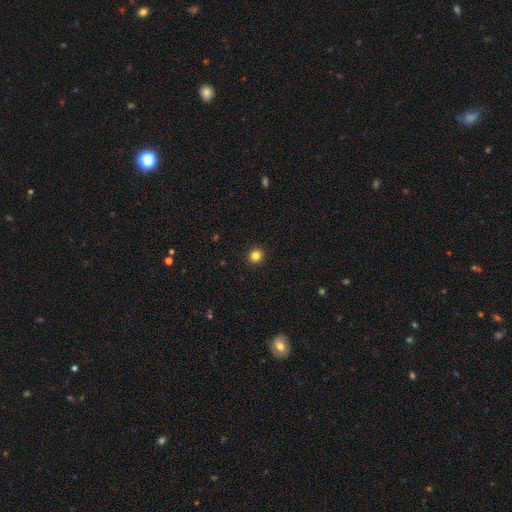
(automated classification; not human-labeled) A smooth galaxy with no disk features (83%) that is round (95%).

Vote fractions:
- Smooth or featured? smooth: 83% / star or artifact: 13% / featured or disk: 4%
- How rounded? round: 95% / in between: 4% / cigar-shaped: 1%
- Merging? none: 93% / minor disturbance: 4% / major disturbance: 2% / merger: 1%